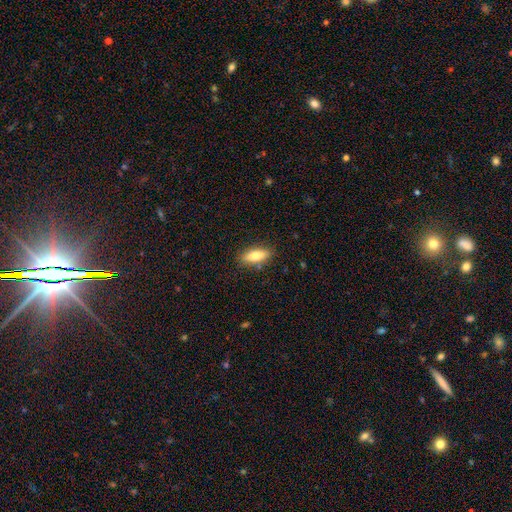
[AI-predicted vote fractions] A smooth galaxy with no disk features (79%) that is in between round and cigar-shaped (70%). Merging: none (86%).